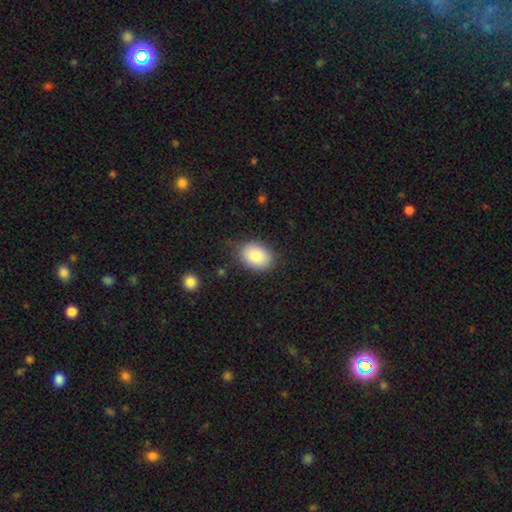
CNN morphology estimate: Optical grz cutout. It shows a smooth galaxy with no disk features (83%) that is in between round and cigar-shaped (73%). Merging: none (82%).